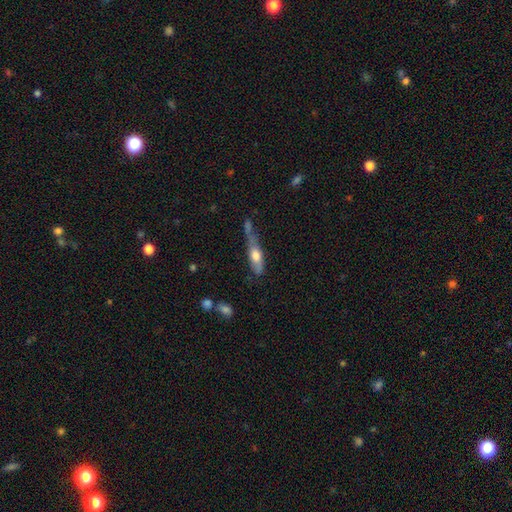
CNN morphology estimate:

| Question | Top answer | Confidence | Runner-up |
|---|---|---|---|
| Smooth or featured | smooth | 59% | featured or disk (34%) |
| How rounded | cigar-shaped | 55% | in between (42%) |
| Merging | none | 33% | minor disturbance (29%) |